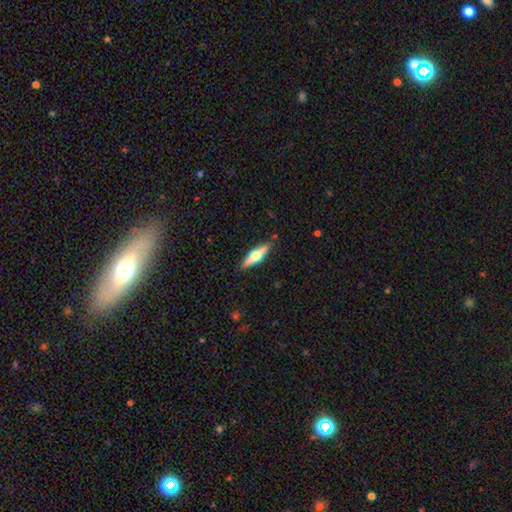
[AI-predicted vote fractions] Smooth or featured? Predicted: featured or disk (p=0.68). Edge-on disk? Predicted: yes (p=0.97). Edge-on bulge? Predicted: rounded (p=0.95). Merging? Predicted: none (p=0.89).